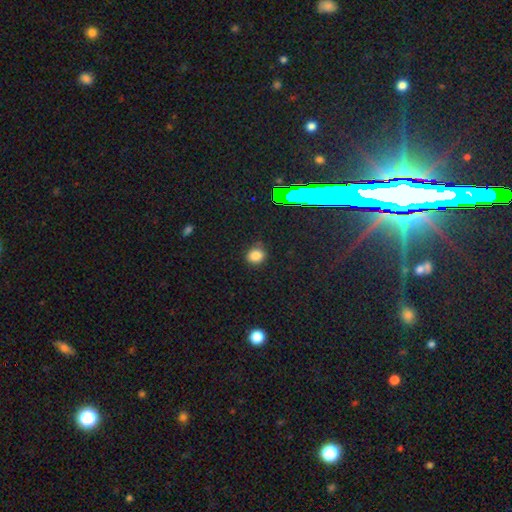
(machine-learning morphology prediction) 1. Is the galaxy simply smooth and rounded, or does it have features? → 79% smooth, 15% star or artifact, 5% featured or disk.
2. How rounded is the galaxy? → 79% round, 20% in between, 1% cigar-shaped.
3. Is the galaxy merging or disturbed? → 83% none, 12% minor disturbance, 3% major disturbance, 2% merger.